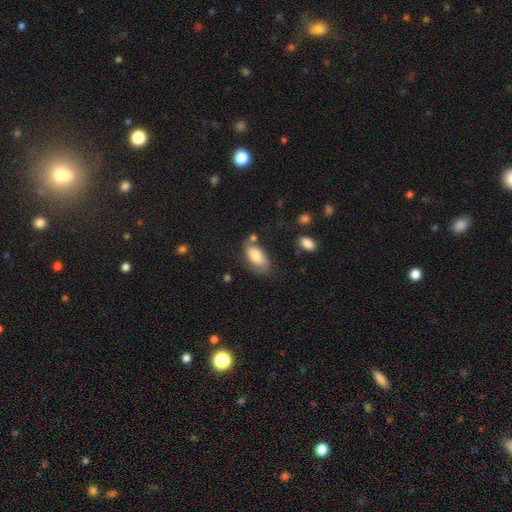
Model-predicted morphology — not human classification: type=smooth (74%); roundness=in between (92%); merging=none (59%).